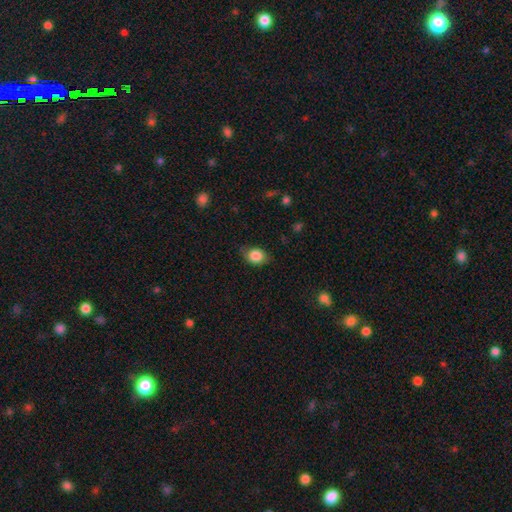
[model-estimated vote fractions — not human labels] A smooth galaxy with no disk features (85%) that is in between round and cigar-shaped (58%).

Vote fractions:
- Smooth or featured? smooth: 85% / star or artifact: 8% / featured or disk: 7%
- How rounded? in between: 58% / round: 41% / cigar-shaped: 1%
- Merging? none: 73% / minor disturbance: 21% / major disturbance: 5% / merger: 1%